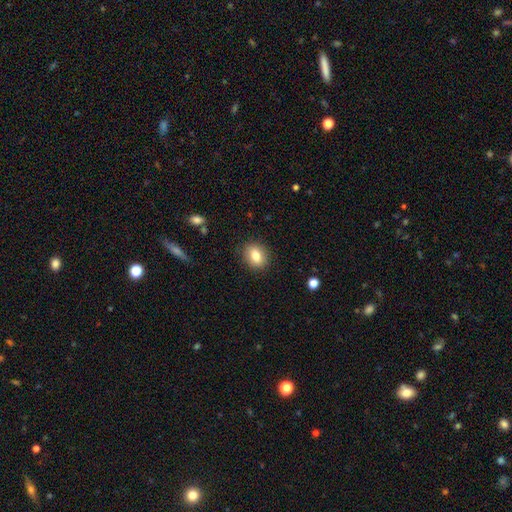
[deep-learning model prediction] smooth_or_featured: smooth (p=0.81) [alt: featured or disk p=0.10]
how_rounded: in between (p=0.51) [alt: round p=0.48]
merging: none (p=0.88) [alt: minor disturbance p=0.09]